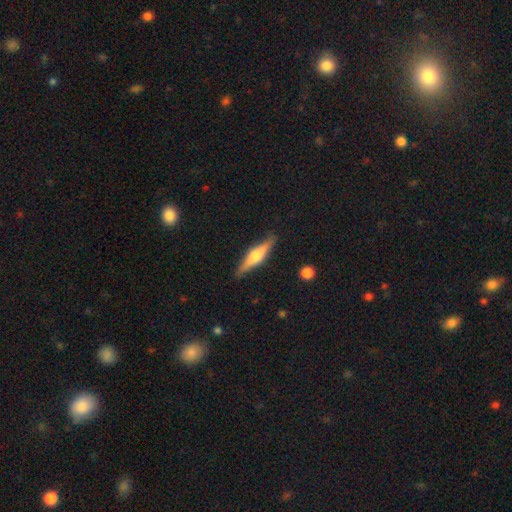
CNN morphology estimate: The model was most divided on "smooth or featured": featured or disk: 64%, smooth: 30%, star or artifact: 6%. More confident: edge-on disk — yes (96%); edge-on bulge — rounded (87%); merging — none (86%).